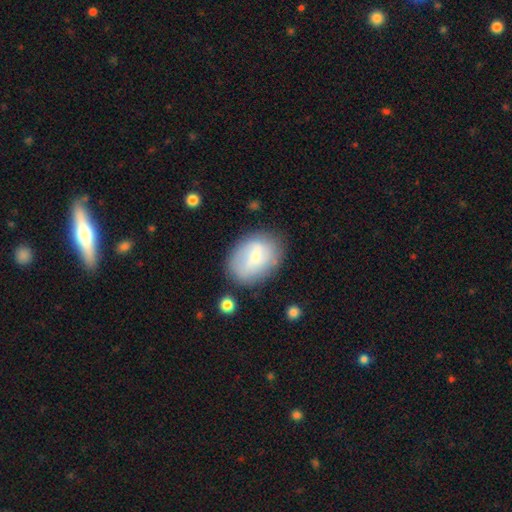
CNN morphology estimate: Smooth or featured?
  - smooth: 56% *
  - featured or disk: 35%
  - star or artifact: 8%
How rounded?
  - in between: 70% *
  - round: 28%
  - cigar-shaped: 1%
Merging?
  - none: 67% *
  - minor disturbance: 20%
  - major disturbance: 8%
  - merger: 5%